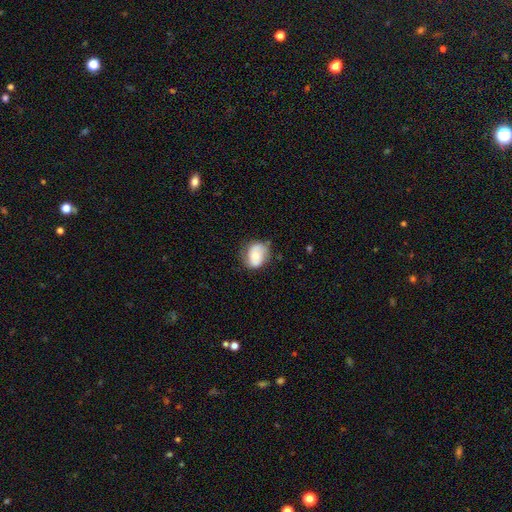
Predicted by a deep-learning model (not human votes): Q: Smooth or featured?
A: smooth (61%); runner-up: featured or disk (32%)
Q: How rounded?
A: in between (53%); runner-up: round (46%)
Q: Merging?
A: none (63%); runner-up: minor disturbance (27%)